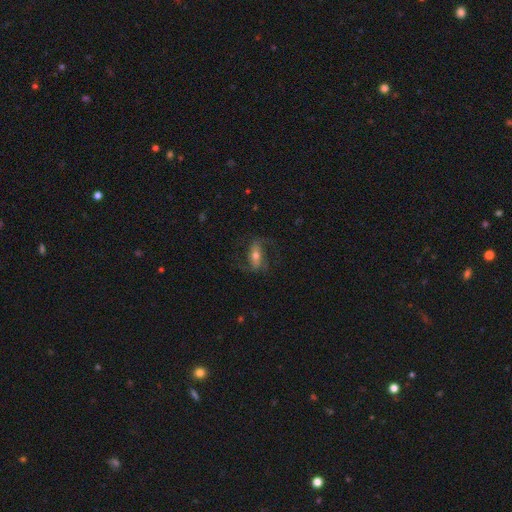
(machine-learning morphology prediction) smooth-or-featured: featured or disk: 72% | smooth: 20% | star or artifact: 7%
  disk-edge-on: no: 93% | yes: 7%
    bar: strong: 42% | weak: 33% | no: 25%
    has-spiral-arms: yes: 91% | no: 9%
      spiral-winding: loose: 48% | medium: 41% | tight: 11%
      spiral-arm-count: 2: 89% | can't tell: 4% | 1: 3% | 3: 2% | 4: 1% | more than 4: 1%
    bulge-size: moderate: 60% | small: 29% | large: 8% | none: 2% | dominant: 2%
  merging: none: 67% | minor disturbance: 16% | major disturbance: 15% | merger: 1%